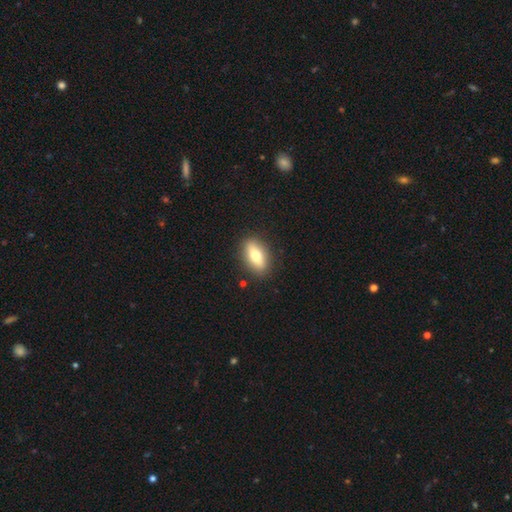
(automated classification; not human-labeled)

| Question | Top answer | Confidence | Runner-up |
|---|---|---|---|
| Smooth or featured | smooth | 69% | featured or disk (24%) |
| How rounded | in between | 82% | cigar-shaped (13%) |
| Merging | none | 87% | minor disturbance (9%) |